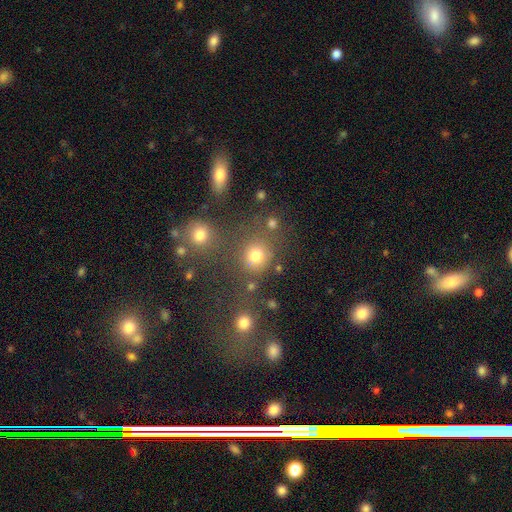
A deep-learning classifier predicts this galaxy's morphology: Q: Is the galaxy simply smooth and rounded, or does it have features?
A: smooth — 77%.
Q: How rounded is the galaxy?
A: round — 84%.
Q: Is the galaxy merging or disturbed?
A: none — 69%.